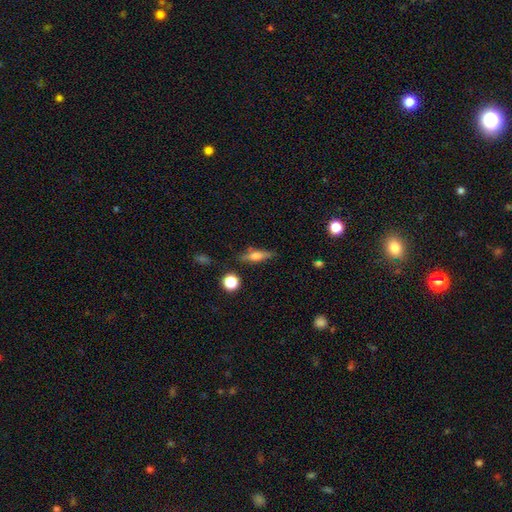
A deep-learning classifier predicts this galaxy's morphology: smooth 46%, featured or disk 44%, star or artifact 9%. Down the decision tree: merging — none (80%).